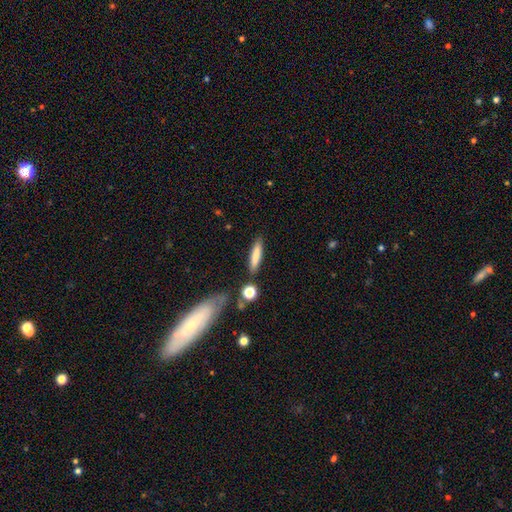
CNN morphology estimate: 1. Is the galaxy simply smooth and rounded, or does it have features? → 78% smooth, 15% featured or disk, 7% star or artifact.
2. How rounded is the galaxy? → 82% cigar-shaped, 16% in between, 2% round.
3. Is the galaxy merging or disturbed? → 81% none, 11% minor disturbance, 5% merger, 3% major disturbance.